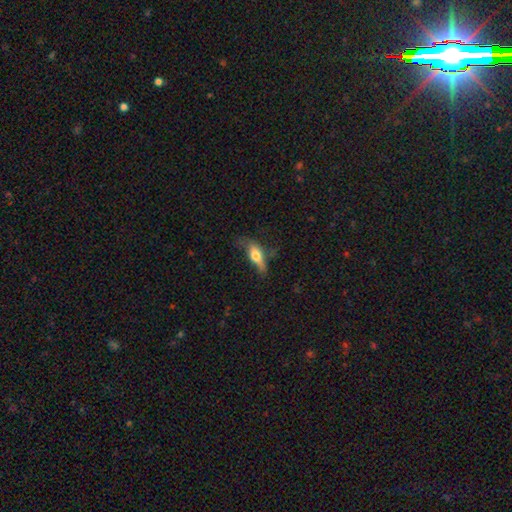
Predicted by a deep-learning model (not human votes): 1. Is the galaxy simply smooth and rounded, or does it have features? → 59% smooth, 34% featured or disk, 7% star or artifact.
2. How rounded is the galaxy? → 57% in between, 39% cigar-shaped, 4% round.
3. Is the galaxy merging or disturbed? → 45% none, 30% minor disturbance, 21% major disturbance, 3% merger.